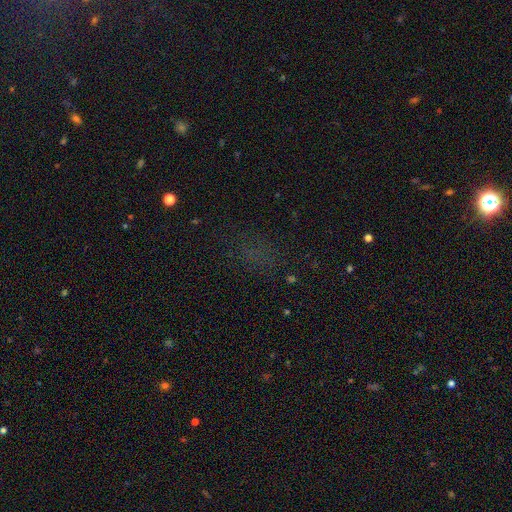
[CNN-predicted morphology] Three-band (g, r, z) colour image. It shows a star or artifact, not a galaxy (52%).